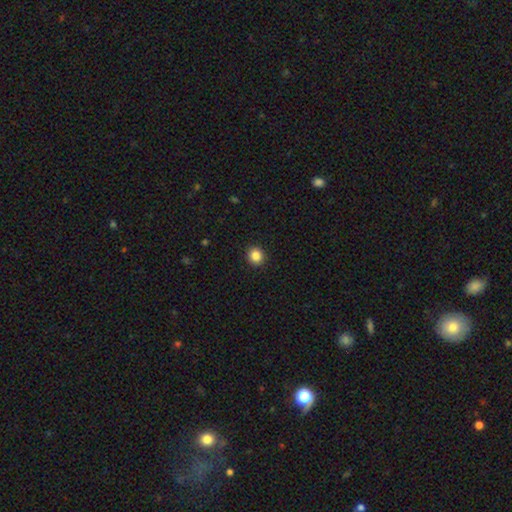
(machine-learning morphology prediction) smooth-or-featured: smooth: 86% | star or artifact: 10% | featured or disk: 4%
  how-rounded: round: 89% | in between: 10% | cigar-shaped: 1%
  merging: none: 92% | minor disturbance: 5% | major disturbance: 2% | merger: 1%